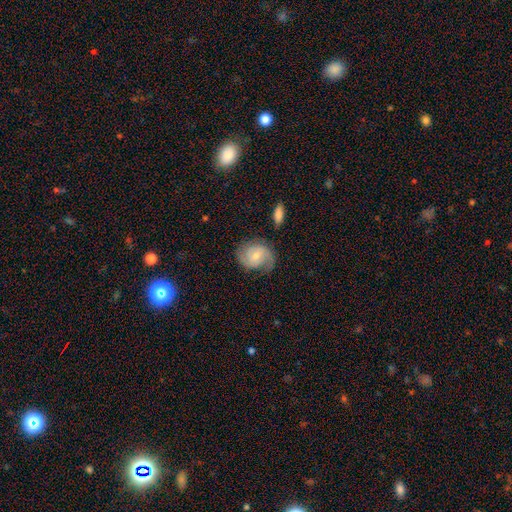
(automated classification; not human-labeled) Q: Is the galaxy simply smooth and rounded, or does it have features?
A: featured or disk — 62%.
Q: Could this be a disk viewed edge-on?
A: no — 97%.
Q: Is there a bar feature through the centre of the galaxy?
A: no — 56%.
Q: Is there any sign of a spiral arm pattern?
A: yes — 91%.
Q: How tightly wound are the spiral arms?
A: medium — 43%.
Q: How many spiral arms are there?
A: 2 — 70%.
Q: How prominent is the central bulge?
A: small — 54%.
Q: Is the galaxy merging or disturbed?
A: none — 66%.